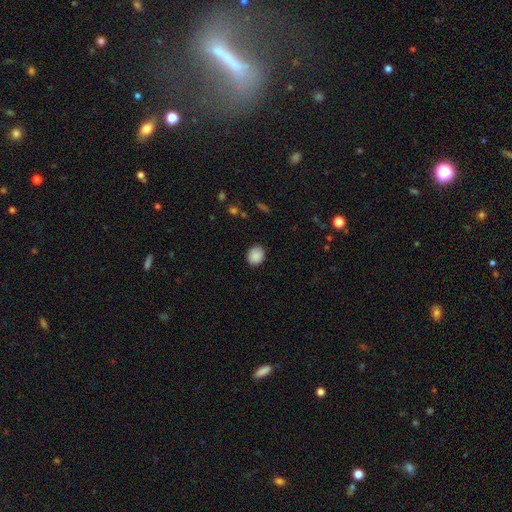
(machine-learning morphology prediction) Smooth or featured?
  - smooth: 89% *
  - star or artifact: 8%
  - featured or disk: 3%
How rounded?
  - round: 66% *
  - in between: 33%
  - cigar-shaped: 1%
Merging?
  - none: 87% *
  - minor disturbance: 10%
  - major disturbance: 2%
  - merger: 1%